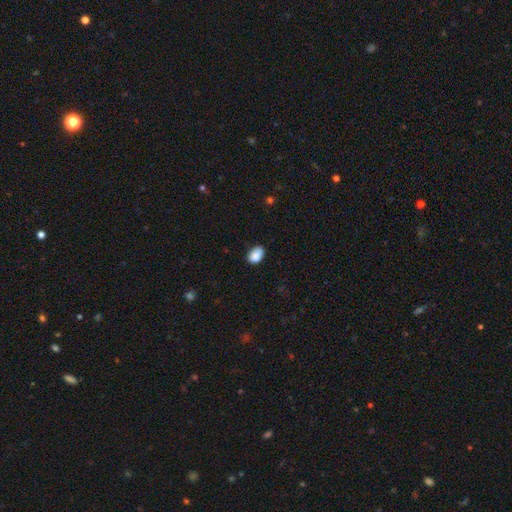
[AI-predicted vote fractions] Morphology: type=smooth (88%); roundness=in between (82%); merging=none (75%).